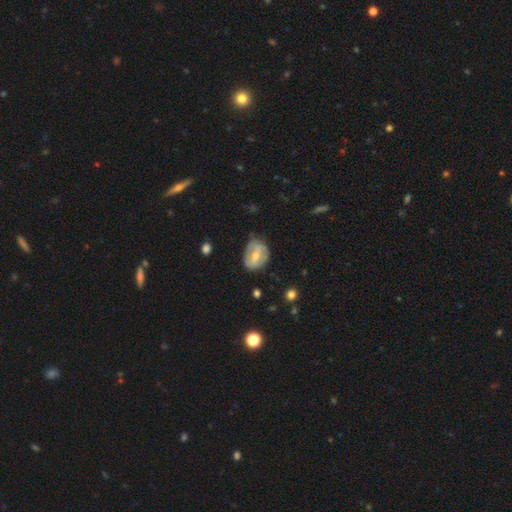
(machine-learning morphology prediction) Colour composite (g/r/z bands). It shows a featured or disk galaxy (52%). Merging: none (64%).